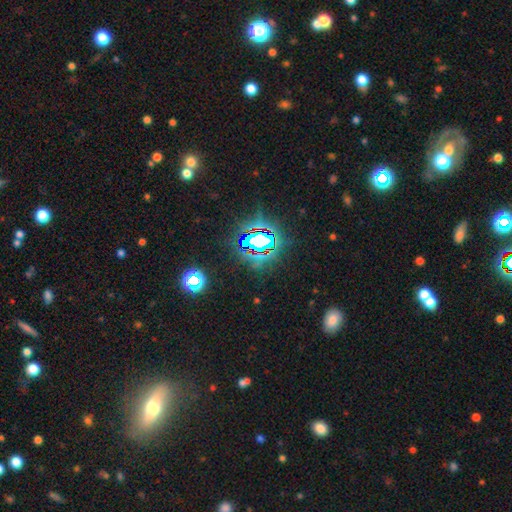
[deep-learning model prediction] Overall: star or artifact (75%).